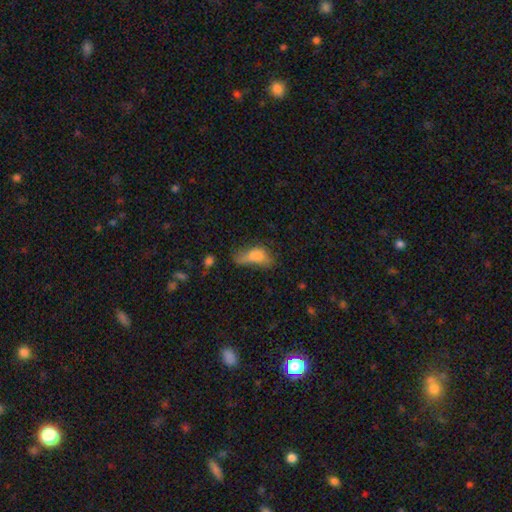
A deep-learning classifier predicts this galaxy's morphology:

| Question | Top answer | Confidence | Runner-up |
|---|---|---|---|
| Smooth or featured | smooth | 69% | featured or disk (19%) |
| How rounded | in between | 81% | cigar-shaped (12%) |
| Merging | major disturbance | 38% | minor disturbance (27%) |